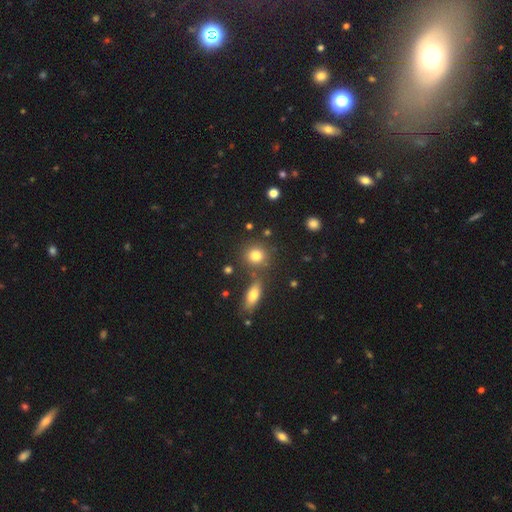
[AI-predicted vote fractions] This is likely a smooth galaxy (78%). How rounded: clearly round (81%). Merging: likely none (74%).